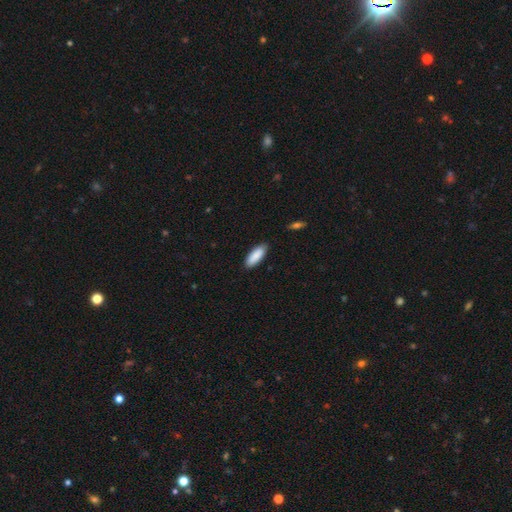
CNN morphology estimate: Smooth or featured?
  - smooth: 89% *
  - star or artifact: 5%
  - featured or disk: 5%
How rounded?
  - in between: 70% *
  - cigar-shaped: 29%
  - round: 1%
Merging?
  - none: 87% *
  - minor disturbance: 10%
  - major disturbance: 2%
  - merger: 1%